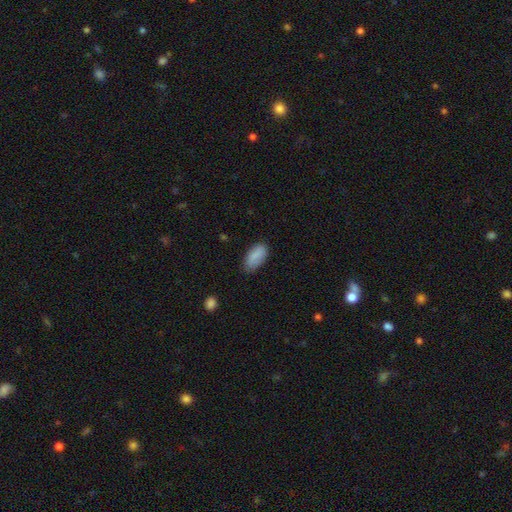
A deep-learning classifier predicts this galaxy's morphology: This appears to be a smooth galaxy with no disk features (88%) that is in between round and cigar-shaped (93%). Merging: none (75%).